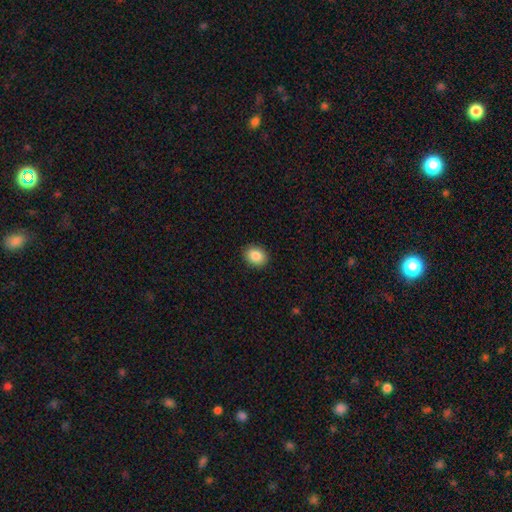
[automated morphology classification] Smooth or featured?
  - smooth: 86% *
  - star or artifact: 8%
  - featured or disk: 5%
How rounded?
  - round: 54% *
  - in between: 45%
  - cigar-shaped: 1%
Merging?
  - none: 91% *
  - minor disturbance: 7%
  - major disturbance: 2%
  - merger: 1%